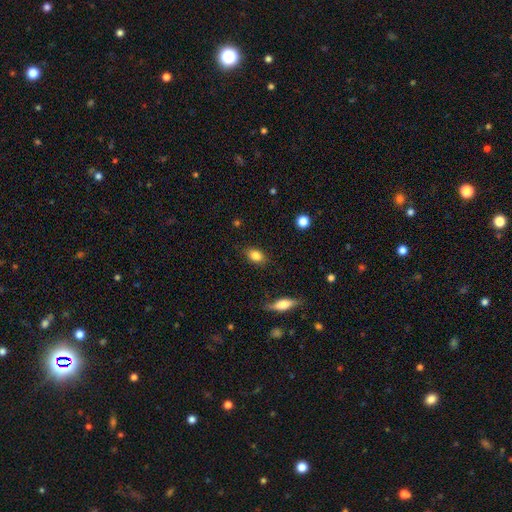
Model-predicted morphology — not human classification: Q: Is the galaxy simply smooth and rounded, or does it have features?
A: smooth — 84%.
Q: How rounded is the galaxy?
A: in between — 76%.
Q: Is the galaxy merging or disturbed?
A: none — 85%.